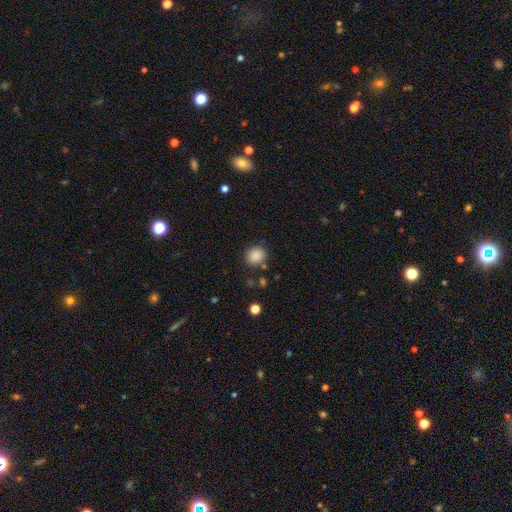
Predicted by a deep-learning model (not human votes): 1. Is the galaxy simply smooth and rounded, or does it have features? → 87% smooth, 10% star or artifact, 4% featured or disk.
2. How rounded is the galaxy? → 80% round, 19% in between, 1% cigar-shaped.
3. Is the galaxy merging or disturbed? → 83% none, 10% minor disturbance, 4% merger, 3% major disturbance.